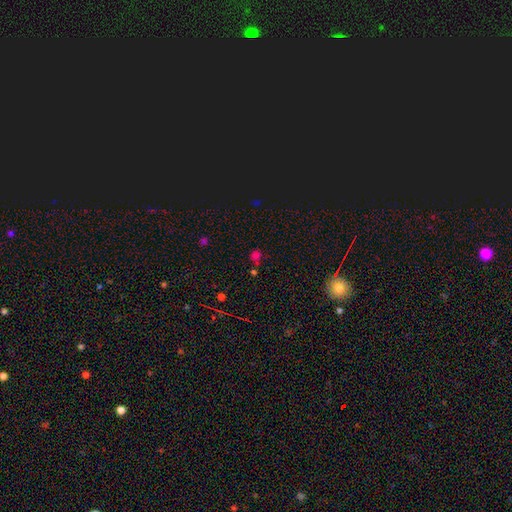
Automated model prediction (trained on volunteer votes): Overall: smooth (47%; star or artifact 45%). Merging: none (64%).